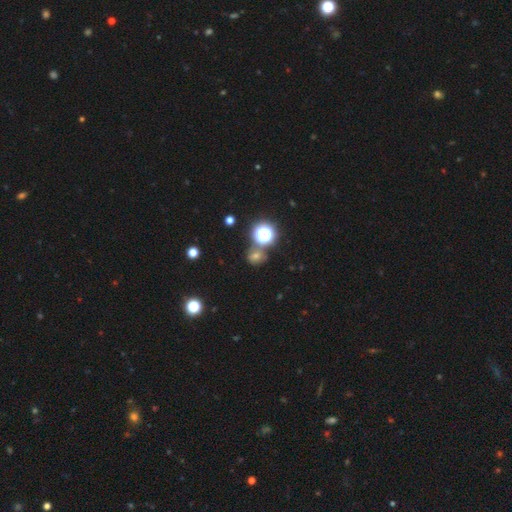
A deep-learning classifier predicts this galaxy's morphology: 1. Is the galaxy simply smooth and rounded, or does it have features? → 46% smooth, 44% star or artifact, 10% featured or disk.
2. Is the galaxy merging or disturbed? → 72% none, 14% merger, 10% minor disturbance, 4% major disturbance.